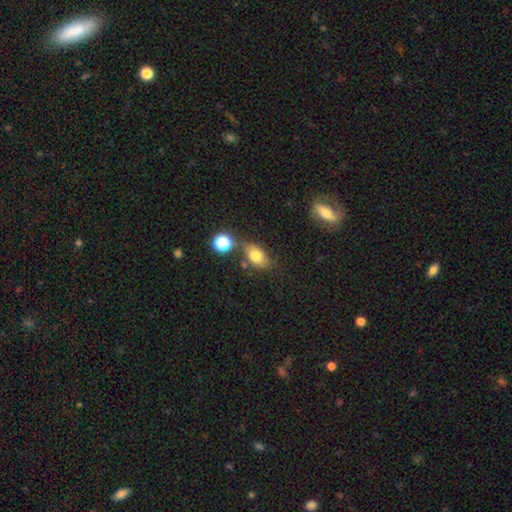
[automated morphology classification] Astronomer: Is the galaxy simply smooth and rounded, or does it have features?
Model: smooth — 76%.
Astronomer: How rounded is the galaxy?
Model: in between — 79%.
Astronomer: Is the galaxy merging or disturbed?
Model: none — 67%.